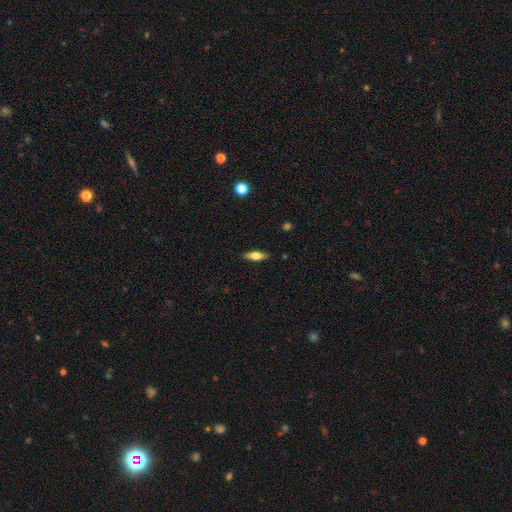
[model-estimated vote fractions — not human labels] A smooth galaxy with no disk features (58%) that is in between round and cigar-shaped (54%). Merging: none (89%).